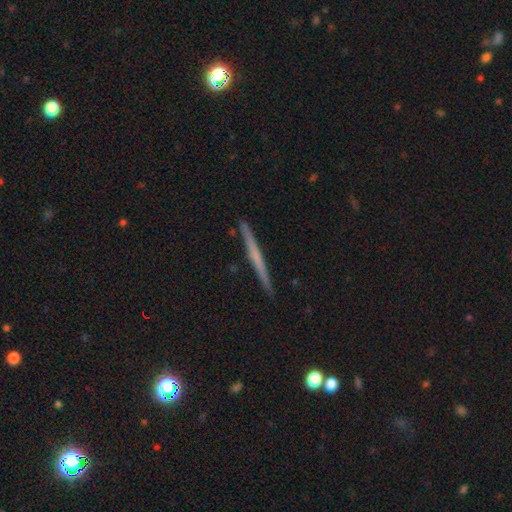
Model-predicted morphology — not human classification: featured or disk 56%, smooth 38%, star or artifact 6%. Down the decision tree: edge-on disk — yes (98%); edge-on bulge — none (85%); merging — none (92%).